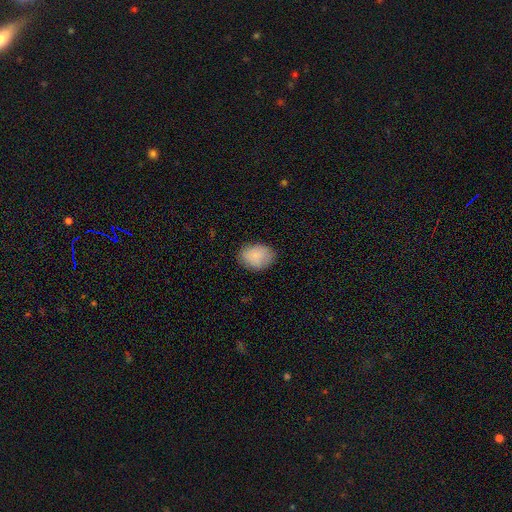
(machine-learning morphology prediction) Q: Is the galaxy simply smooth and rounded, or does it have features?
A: smooth — 86%.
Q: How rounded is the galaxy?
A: in between — 70%.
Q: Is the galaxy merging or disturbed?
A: none — 79%.